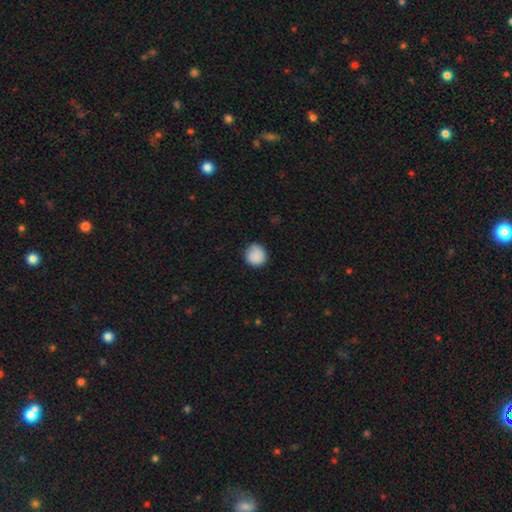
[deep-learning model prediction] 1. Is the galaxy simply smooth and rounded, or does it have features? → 89% smooth, 8% star or artifact, 3% featured or disk.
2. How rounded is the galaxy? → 91% round, 8% in between, 1% cigar-shaped.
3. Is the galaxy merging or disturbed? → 84% none, 13% minor disturbance, 3% major disturbance, 1% merger.